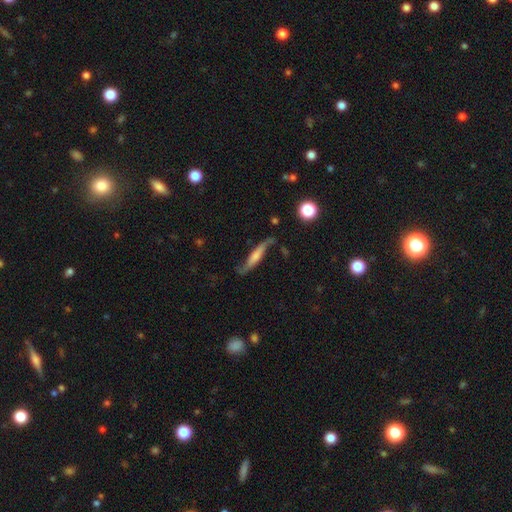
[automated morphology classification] Smooth or featured? Predicted: featured or disk (p=0.63). Edge-on disk? Predicted: yes (p=0.53). Merging? Predicted: none (p=0.60).